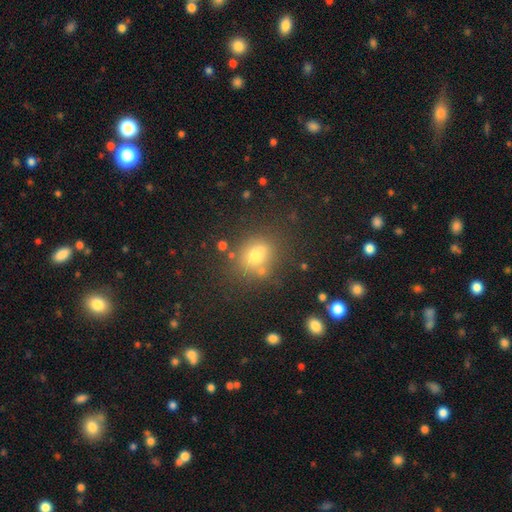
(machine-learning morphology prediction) smooth 66%, star or artifact 18%, featured or disk 16%. Down the decision tree: how rounded — round (65%); merging — none (63%).